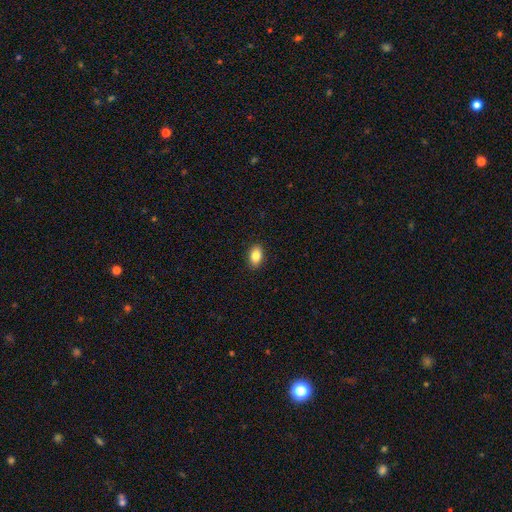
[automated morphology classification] Q: Smooth or featured?
A: smooth (87%); runner-up: star or artifact (8%)
Q: How rounded?
A: in between (89%); runner-up: round (9%)
Q: Merging?
A: none (90%); runner-up: minor disturbance (7%)